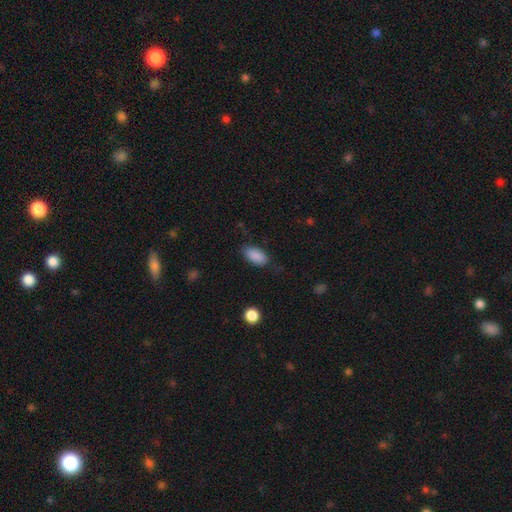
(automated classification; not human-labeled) Smooth or featured?
  - smooth: 89% *
  - star or artifact: 7%
  - featured or disk: 4%
How rounded?
  - in between: 92% *
  - cigar-shaped: 5%
  - round: 3%
Merging?
  - none: 79% *
  - minor disturbance: 16%
  - major disturbance: 4%
  - merger: 1%